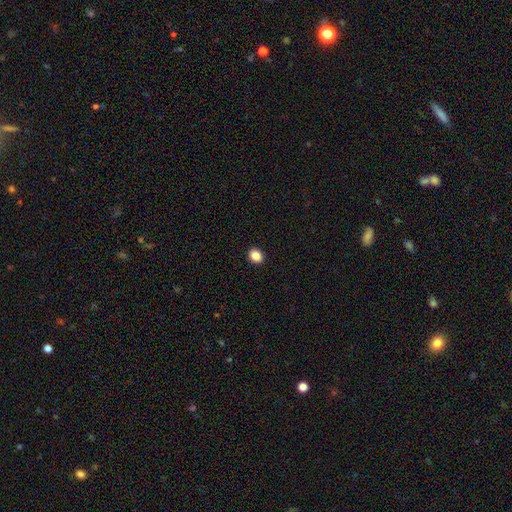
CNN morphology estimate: The model was most divided on "how rounded": round: 56%, in between: 43%, cigar-shaped: 1%. More confident: merging — none (93%); smooth or featured — smooth (87%).